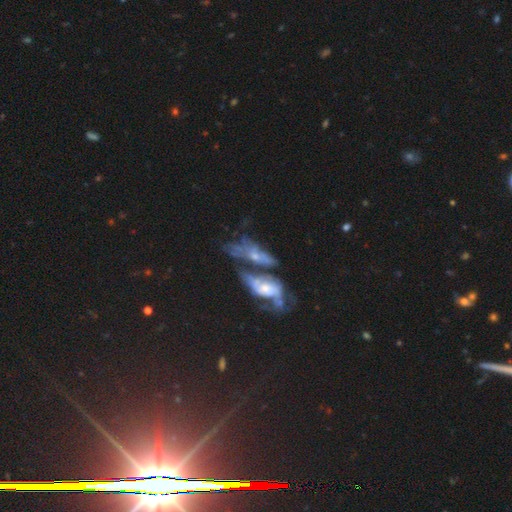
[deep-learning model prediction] A featured or disk galaxy (62%) with no bar (74%), spiral arms (59%) and a small central bulge (47%). Merging: merger (60%).